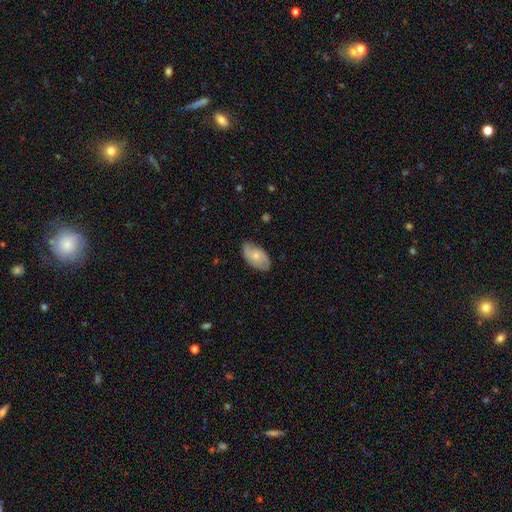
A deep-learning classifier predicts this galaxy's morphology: type=smooth (51%); roundness=in between (93%); merging=none (76%).